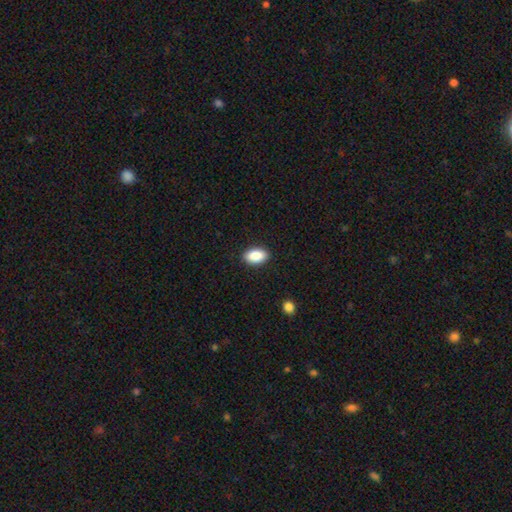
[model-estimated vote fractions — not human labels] A smooth galaxy with no disk features (89%) that is in between round and cigar-shaped (93%).

Vote fractions:
- Smooth or featured? smooth: 89% / star or artifact: 7% / featured or disk: 4%
- How rounded? in between: 93% / round: 6% / cigar-shaped: 2%
- Merging? none: 89% / minor disturbance: 8% / major disturbance: 2% / merger: 1%